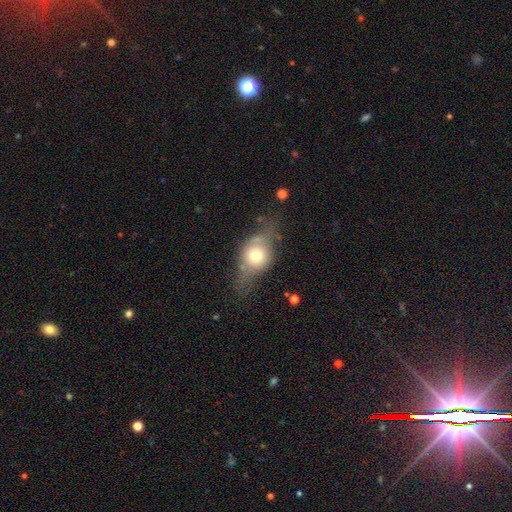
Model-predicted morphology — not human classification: A smooth galaxy with no disk features (52%) that is round (48%). Merging: none (49%).